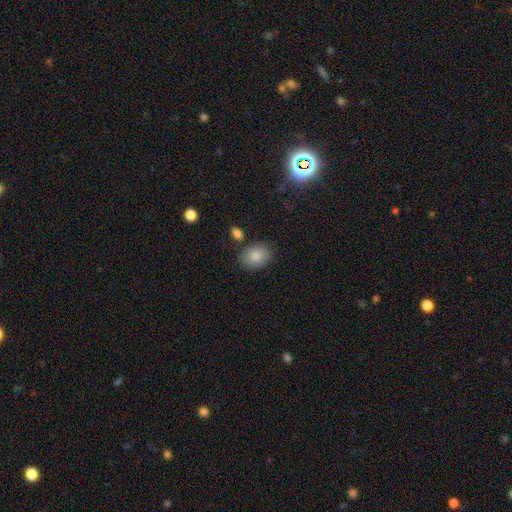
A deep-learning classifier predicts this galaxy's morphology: smooth 87%, star or artifact 7%, featured or disk 6%. Down the decision tree: how rounded — in between (75%); merging — none (80%).